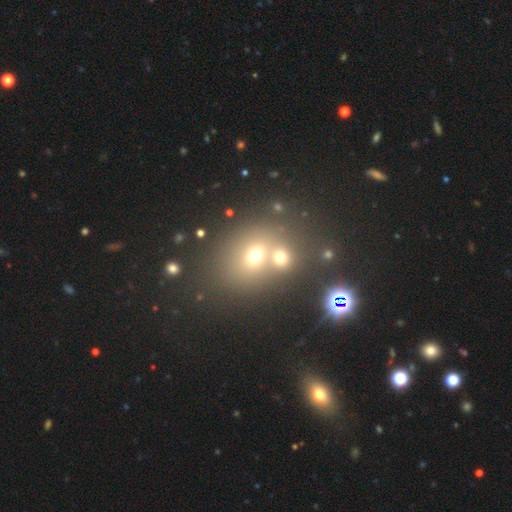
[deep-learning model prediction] This appears to be a smooth galaxy with no disk features (60%) that is round (60%). Merging: merger (45%).